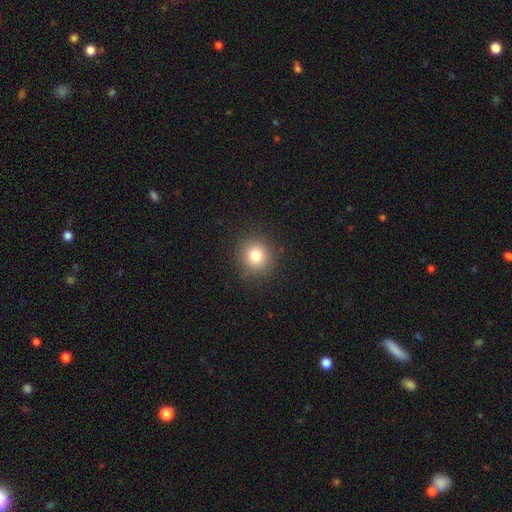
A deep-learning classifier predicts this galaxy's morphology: smooth-or-featured: smooth: 79% | star or artifact: 13% | featured or disk: 8%
  how-rounded: round: 90% | in between: 9% | cigar-shaped: 1%
  merging: none: 90% | minor disturbance: 7% | major disturbance: 3% | merger: 1%